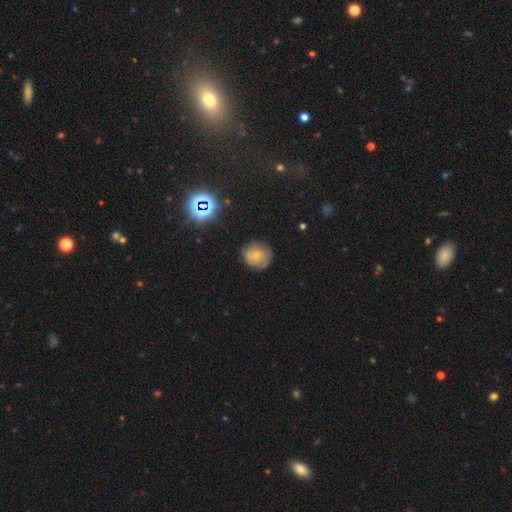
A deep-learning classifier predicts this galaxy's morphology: The model was most divided on "smooth or featured": smooth: 53%, featured or disk: 34%, star or artifact: 13%. More confident: how rounded — round (86%); merging — none (74%).